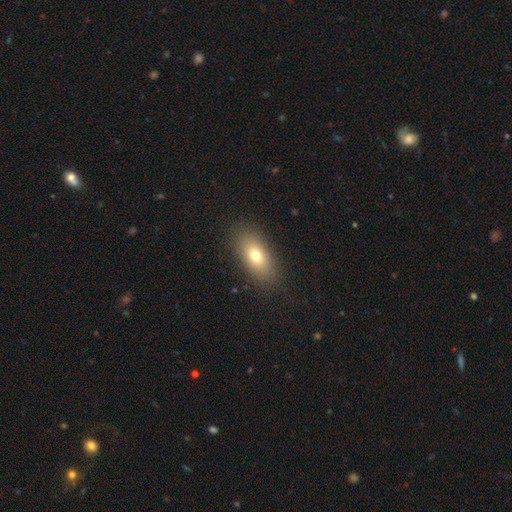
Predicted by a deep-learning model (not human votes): smooth 74%, featured or disk 16%, star or artifact 10%. Down the decision tree: how rounded — in between (84%); merging — none (86%).